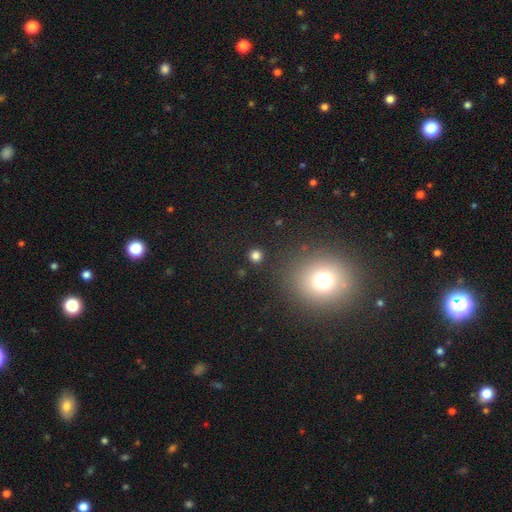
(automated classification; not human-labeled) This is likely a smooth galaxy (78%). How rounded: clearly round (92%). Merging: clearly none (90%).